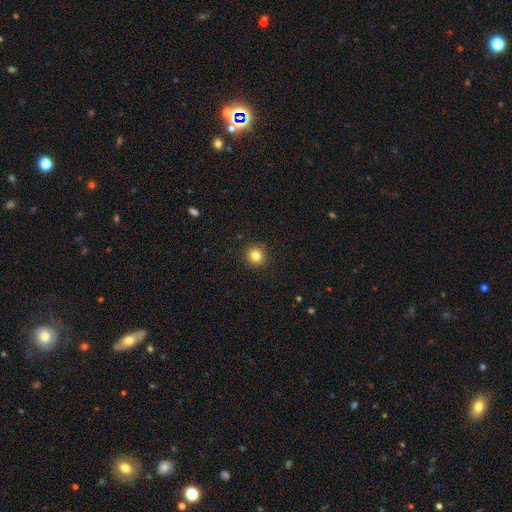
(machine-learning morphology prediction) A smooth galaxy with no disk features (83%) that is round (92%).

Vote fractions:
- Smooth or featured? smooth: 83% / star or artifact: 11% / featured or disk: 6%
- How rounded? round: 92% / in between: 7% / cigar-shaped: 1%
- Merging? none: 92% / minor disturbance: 5% / major disturbance: 2% / merger: 1%